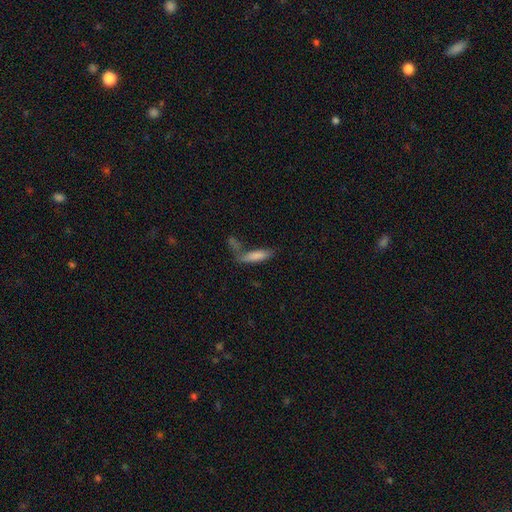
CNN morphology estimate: Overall: smooth (80%). How rounded: cigar-shaped (64%; in between 34%). Merging: none (42%; merger 33%).